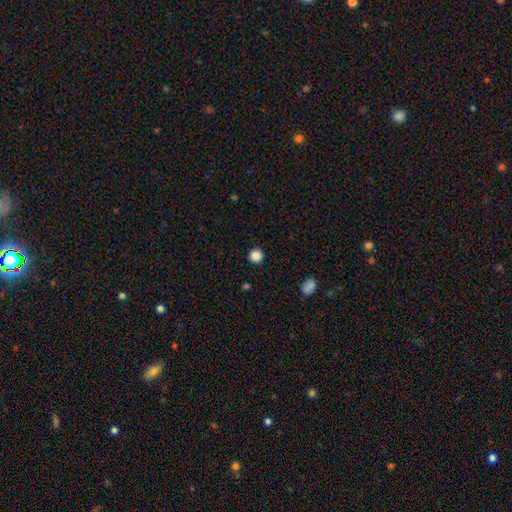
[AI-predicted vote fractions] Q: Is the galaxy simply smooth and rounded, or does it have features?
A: smooth — 86%.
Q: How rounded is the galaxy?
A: round — 94%.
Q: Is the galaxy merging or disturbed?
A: none — 92%.